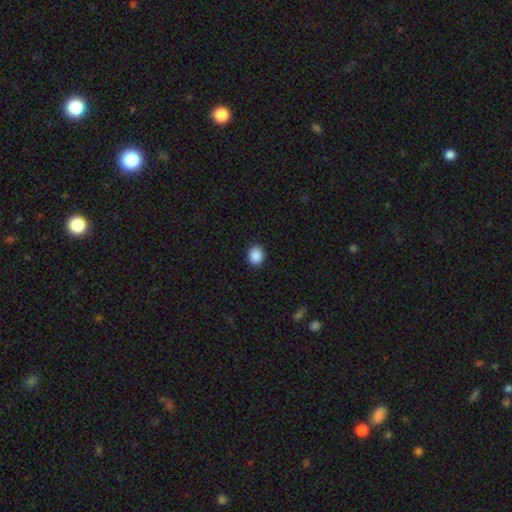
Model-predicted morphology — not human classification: Smooth or featured? smooth (89%)
How rounded? round (74%)
Merging? none (91%)